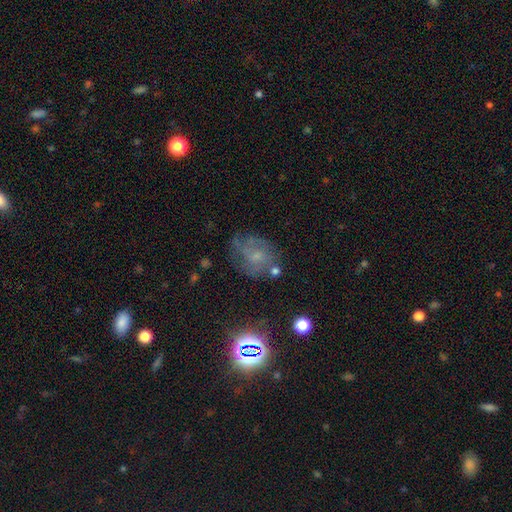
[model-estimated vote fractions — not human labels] This appears to be a featured or disk galaxy (50%). Merging: none (57%).